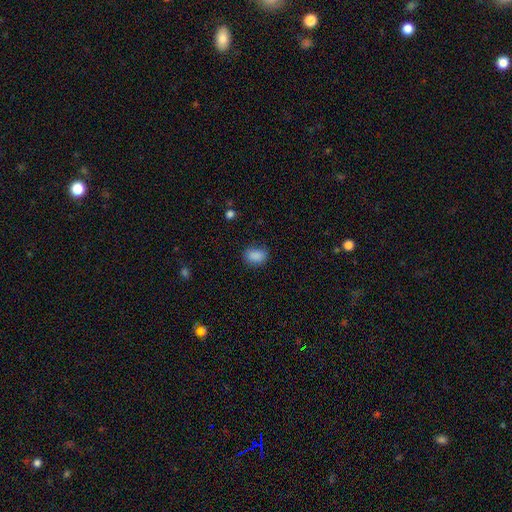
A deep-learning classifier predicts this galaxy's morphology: smooth 87%, star or artifact 9%, featured or disk 3%. Down the decision tree: how rounded — in between (75%); merging — none (79%).